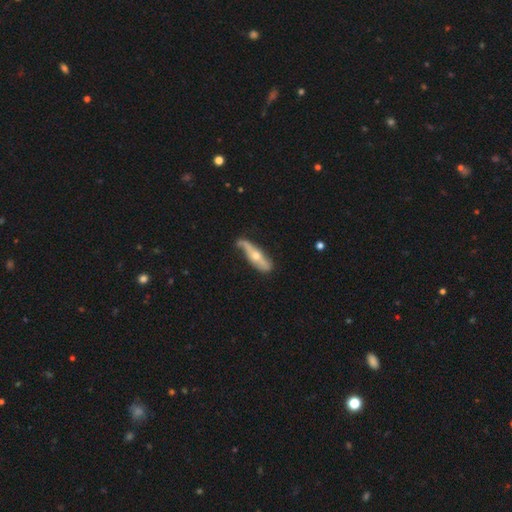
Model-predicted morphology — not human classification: Q: Smooth or featured?
A: featured or disk (59%); runner-up: smooth (36%)
Q: Edge-on disk?
A: yes (59%); runner-up: no (41%)
Q: Merging?
A: none (48%); runner-up: minor disturbance (35%)